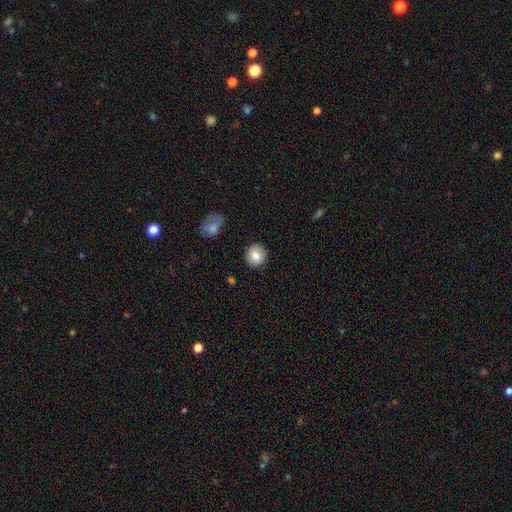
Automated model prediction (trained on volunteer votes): The model was most divided on "smooth or featured": smooth: 84%, featured or disk: 8%, star or artifact: 8%. More confident: merging — none (90%); how rounded — round (89%).